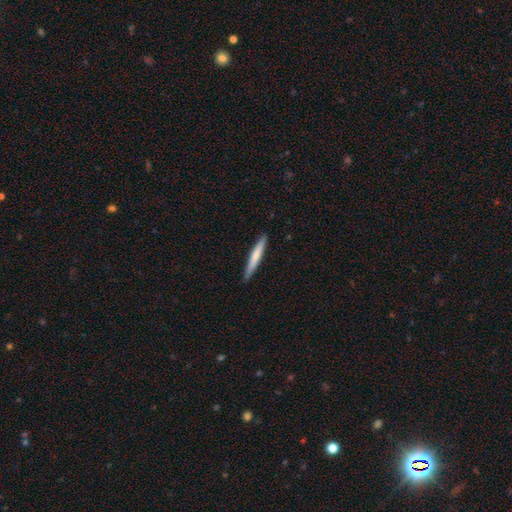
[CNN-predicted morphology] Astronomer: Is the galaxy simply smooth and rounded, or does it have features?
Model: smooth — 67%.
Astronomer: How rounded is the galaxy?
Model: cigar-shaped — 96%.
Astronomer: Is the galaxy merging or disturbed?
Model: none — 90%.